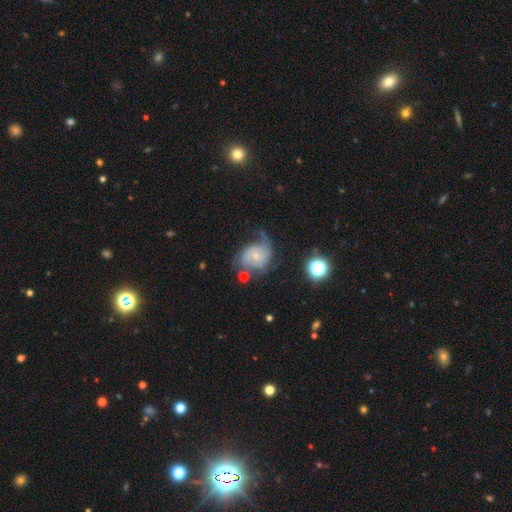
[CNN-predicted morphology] A featured or disk galaxy (78%) with no bar (57%), 2 (54%) tight (45%) spiral arms (94%) and a small central bulge (62%). Merging: none (49%).